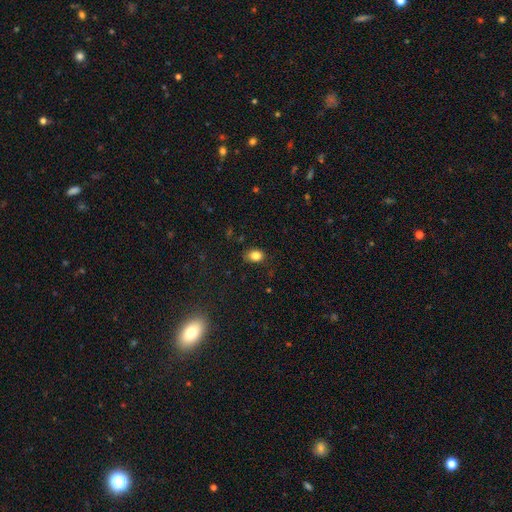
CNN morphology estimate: smooth_or_featured: smooth (p=0.83) [alt: star or artifact p=0.11]
how_rounded: in between (p=0.65) [alt: round p=0.33]
merging: none (p=0.75) [alt: minor disturbance p=0.19]